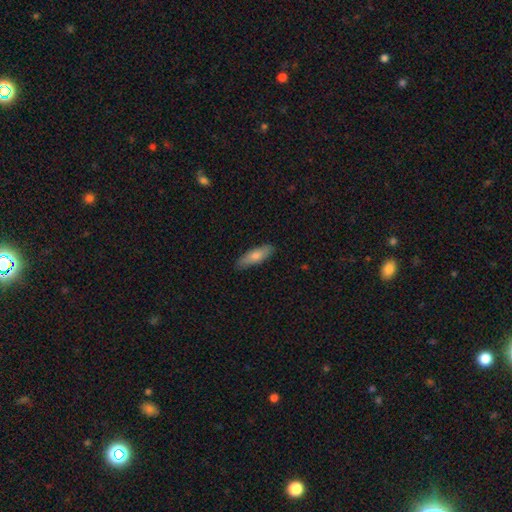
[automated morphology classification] smooth 76%, featured or disk 18%, star or artifact 6%. Down the decision tree: how rounded — cigar-shaped (50%); merging — none (85%).